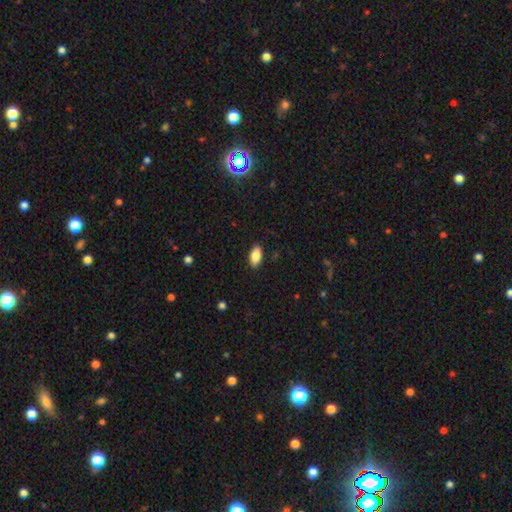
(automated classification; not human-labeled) A smooth galaxy with no disk features (86%) that is in between round and cigar-shaped (91%).

Vote fractions:
- Smooth or featured? smooth: 86% / star or artifact: 7% / featured or disk: 7%
- How rounded? in between: 91% / cigar-shaped: 6% / round: 3%
- Merging? none: 88% / minor disturbance: 9% / major disturbance: 2% / merger: 1%